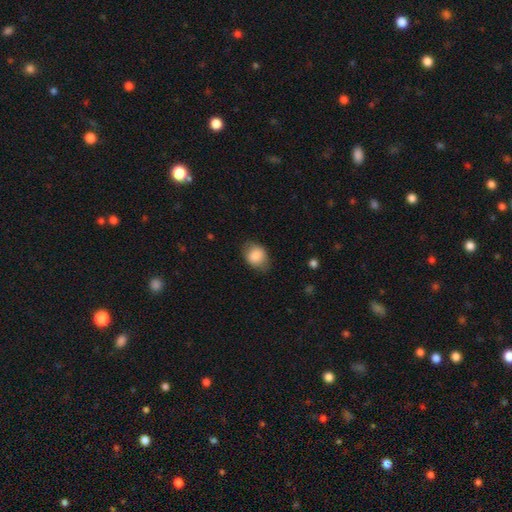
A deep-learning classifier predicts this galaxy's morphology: This appears to be a smooth galaxy with no disk features (85%) that is in between round and cigar-shaped (53%). Merging: none (74%).